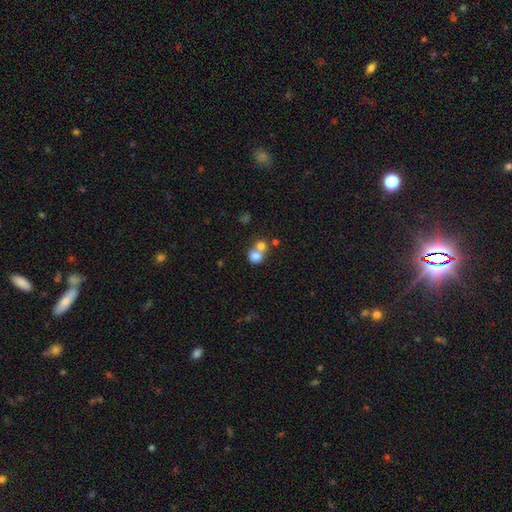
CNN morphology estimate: A smooth galaxy with no disk features (75%) that is round (73%). Merging: merger (62%).